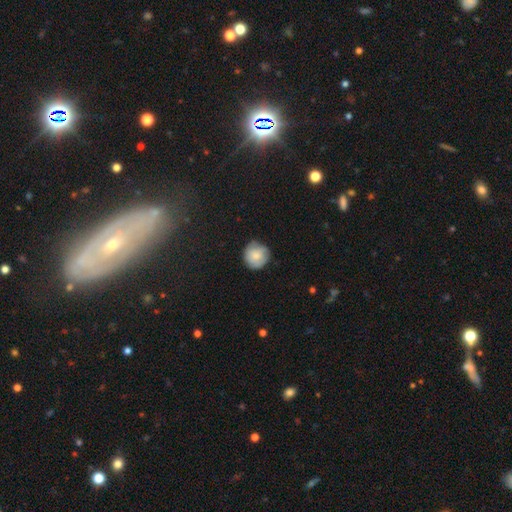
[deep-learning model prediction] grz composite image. It shows a smooth galaxy with no disk features (69%) that is round (91%). Merging: none (70%).